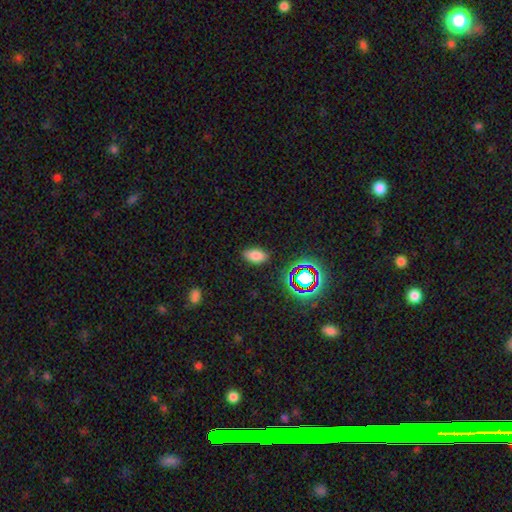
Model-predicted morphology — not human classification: type=smooth (77%); roundness=in between (91%); merging=none (86%).